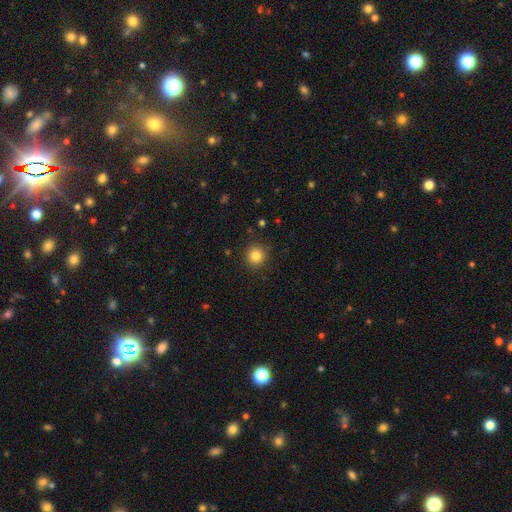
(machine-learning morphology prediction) This is clearly a smooth galaxy (83%). How rounded: clearly round (94%). Merging: clearly none (91%).